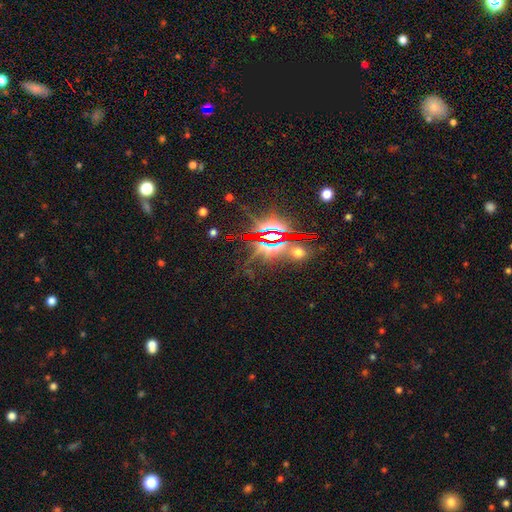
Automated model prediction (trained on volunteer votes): The model was most divided on "smooth or featured": star or artifact: 84%, featured or disk: 8%, smooth: 7%.